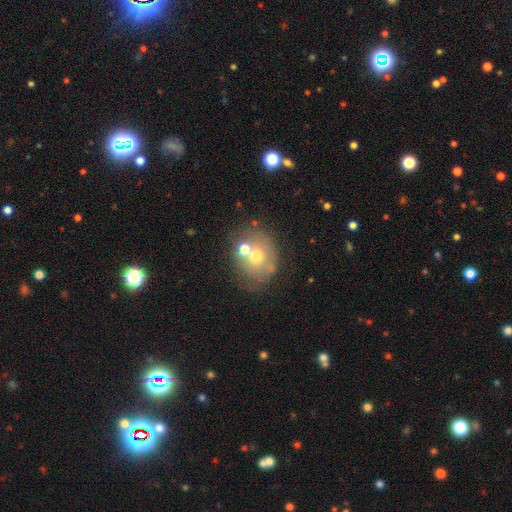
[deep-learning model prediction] The model was most divided on "merging": none: 49%, merger: 28%, minor disturbance: 15%, major disturbance: 8%. More confident: how rounded — round (63%); smooth or featured — smooth (57%).